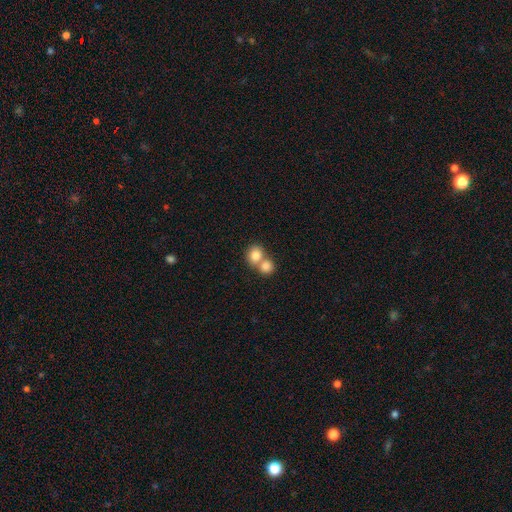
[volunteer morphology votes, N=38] A smooth galaxy with no disk features (87%) that is round (91%).

Vote fractions:
- Smooth or featured? smooth: 87% / featured or disk: 8% / star or artifact: 5%
- How rounded? round: 91% / in between: 9% / cigar-shaped: 0%
- Merging? merger: 69% / none: 28% / minor disturbance: 3% / major disturbance: 0%